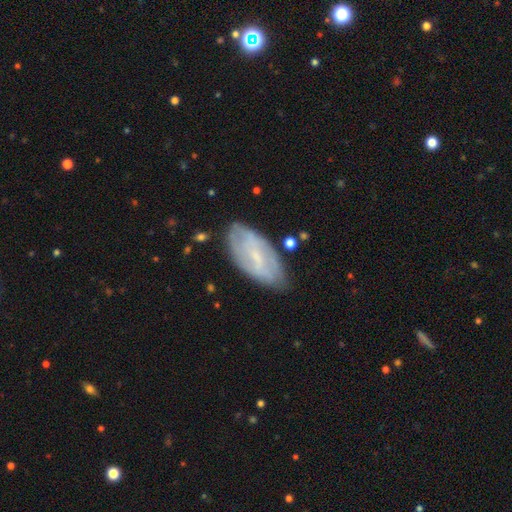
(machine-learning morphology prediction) A featured or disk galaxy (61%) with a weak bar (52%), spiral arms (73%) and a small central bulge (62%). Merging: none (73%).